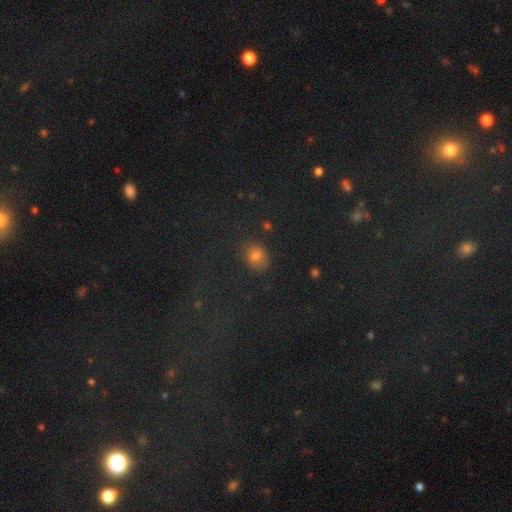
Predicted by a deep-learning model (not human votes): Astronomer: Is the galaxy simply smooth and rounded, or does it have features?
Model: smooth — 69%.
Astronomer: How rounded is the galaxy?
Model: in between — 51% (runner-up: round, 47%).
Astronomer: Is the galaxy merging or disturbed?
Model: none — 79%.